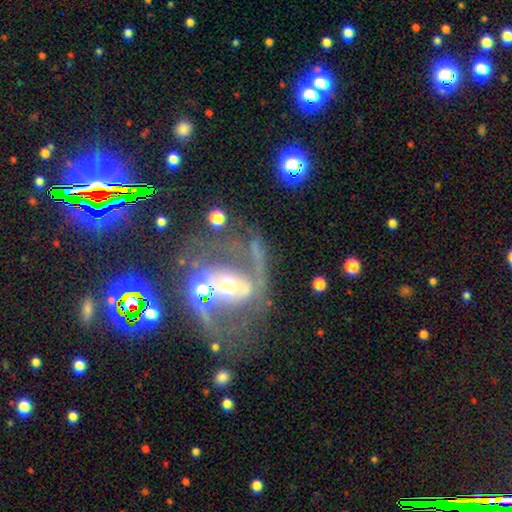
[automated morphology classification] Smooth or featured?
  - featured or disk: 74% *
  - star or artifact: 14%
  - smooth: 12%
Edge-on disk?
  - no: 96% *
  - yes: 4%
Bar?
  - no: 41% *
  - weak: 30%
  - strong: 29%
Spiral arms?
  - yes: 81% *
  - no: 19%
Spiral winding?
  - medium: 48% *
  - loose: 35%
  - tight: 16%
Spiral arm count?
  - 2: 84% *
  - 1: 6%
  - can't tell: 6%
  - 3: 2%
  - 4: 1%
  - more than 4: 1%
Bulge size?
  - moderate: 64% *
  - small: 16%
  - large: 14%
  - dominant: 3%
  - none: 3%
Merging?
  - none: 47% *
  - merger: 20%
  - major disturbance: 18%
  - minor disturbance: 15%